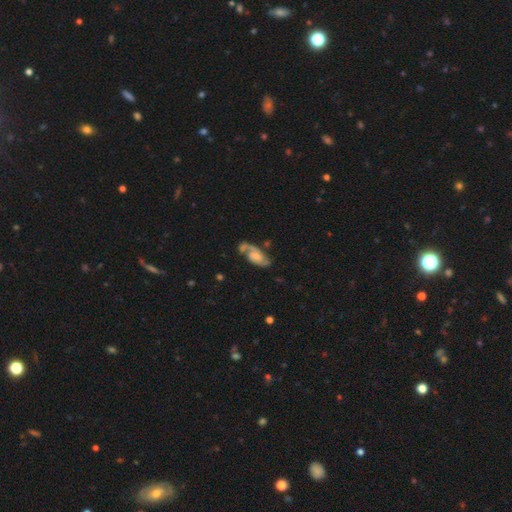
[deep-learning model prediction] featured or disk 79%, smooth 15%, star or artifact 6%. Down the decision tree: edge-on disk — no (96%); bar — no (60%); spiral arms — yes (94%); spiral arm count — 2 (78%); spiral winding — medium (47%); bulge size — small (47%); merging — none (54%).